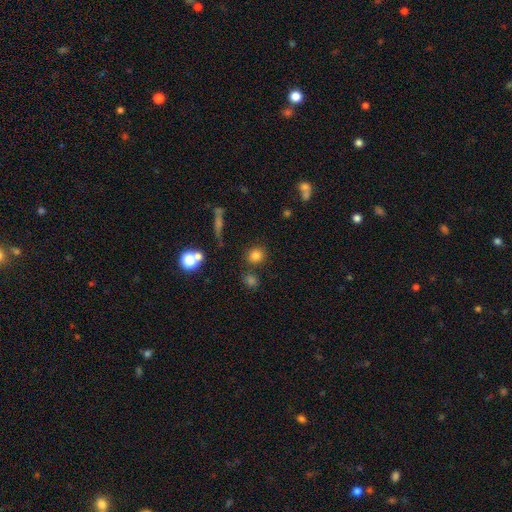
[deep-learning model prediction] The model was most divided on "smooth or featured": smooth: 79%, star or artifact: 14%, featured or disk: 7%. More confident: how rounded — round (86%); merging — none (80%).